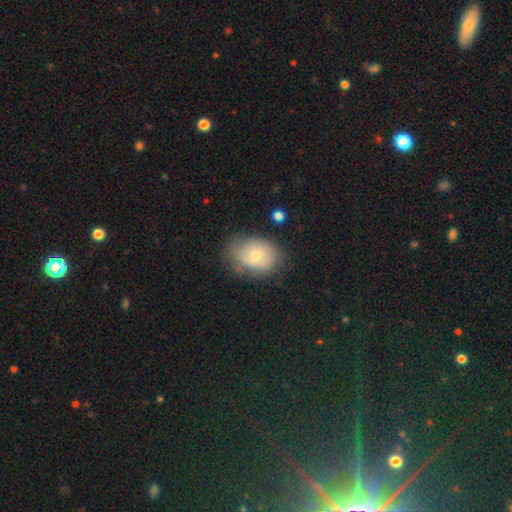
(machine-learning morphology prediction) Smooth or featured: smooth — 67% (featured or disk — 25%)
How rounded: in between — 67% (round — 32%)
Merging: none — 61% (minor disturbance — 27%)